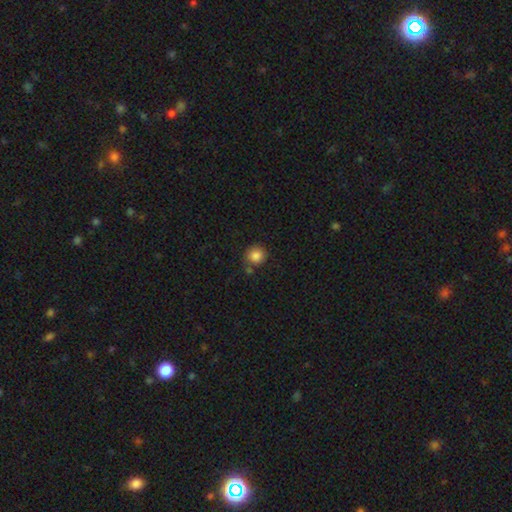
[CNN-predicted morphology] Smooth or featured? Predicted: smooth (p=0.86). How rounded? Predicted: round (p=0.89). Merging? Predicted: none (p=0.70).